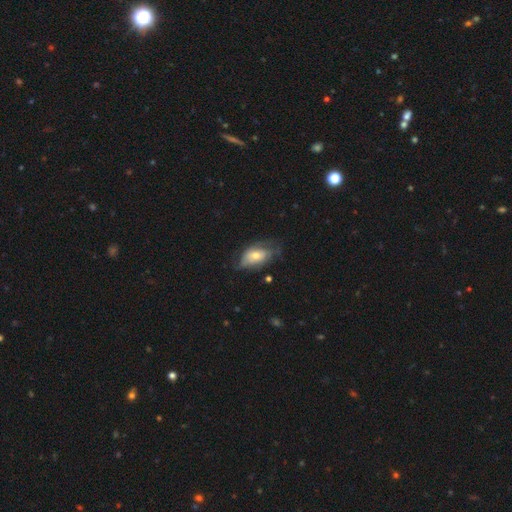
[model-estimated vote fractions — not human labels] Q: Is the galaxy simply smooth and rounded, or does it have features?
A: smooth — 48%.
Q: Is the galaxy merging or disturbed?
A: none — 45%.